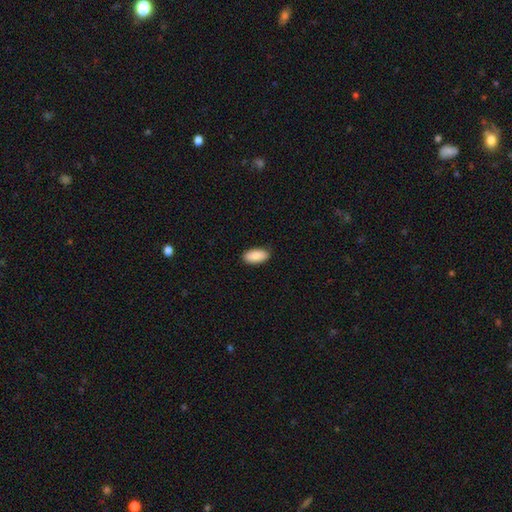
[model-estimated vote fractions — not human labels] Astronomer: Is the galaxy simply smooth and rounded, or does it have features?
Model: smooth — 89%.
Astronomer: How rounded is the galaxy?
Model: in between — 94%.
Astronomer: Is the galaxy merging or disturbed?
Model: none — 88%.